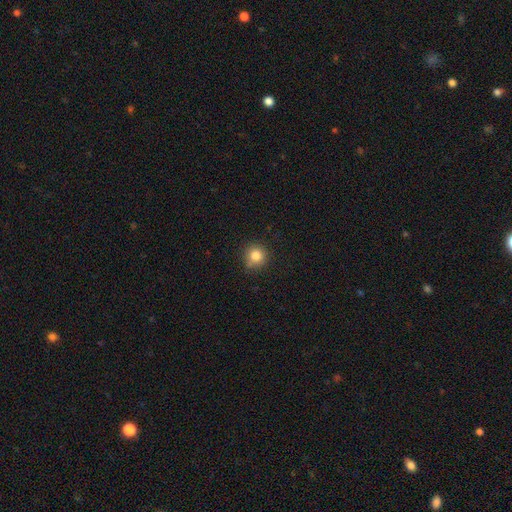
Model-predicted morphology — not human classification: Smooth or featured?
  - smooth: 83% *
  - star or artifact: 11%
  - featured or disk: 6%
How rounded?
  - round: 92% *
  - in between: 7%
  - cigar-shaped: 1%
Merging?
  - none: 82% *
  - minor disturbance: 14%
  - major disturbance: 3%
  - merger: 2%